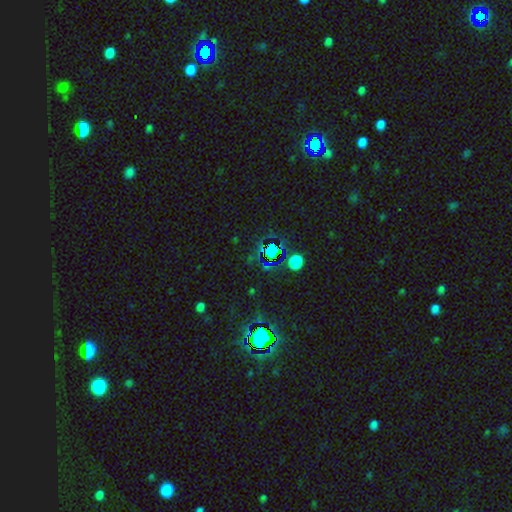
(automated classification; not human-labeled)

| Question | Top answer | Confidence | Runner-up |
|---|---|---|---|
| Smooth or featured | star or artifact | 79% | smooth (13%) |